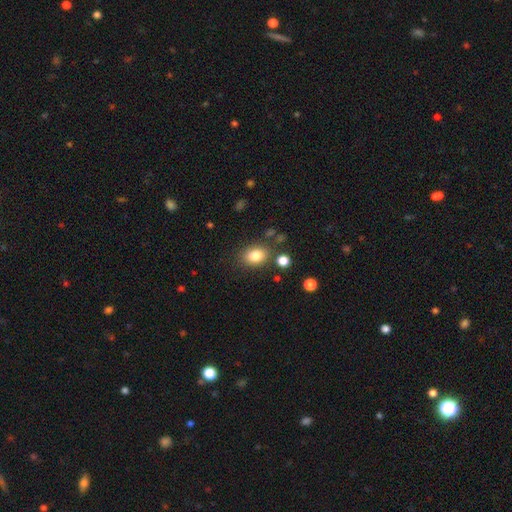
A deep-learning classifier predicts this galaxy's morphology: Q: Smooth or featured?
A: smooth (82%); runner-up: star or artifact (10%)
Q: How rounded?
A: in between (66%); runner-up: round (33%)
Q: Merging?
A: none (79%); runner-up: minor disturbance (12%)